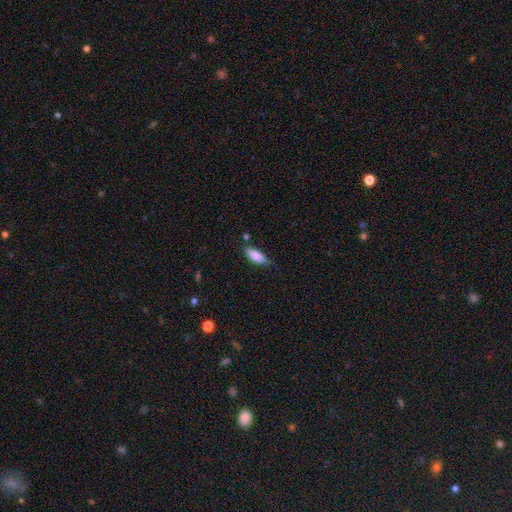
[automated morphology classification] Smooth or featured? smooth (87%)
How rounded? in between (78%)
Merging? none (66%)